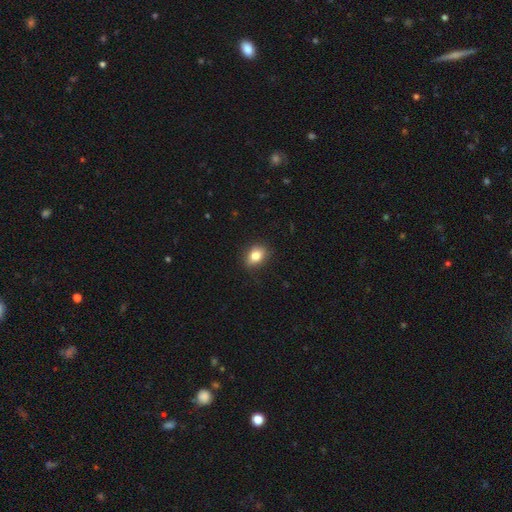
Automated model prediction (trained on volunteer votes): Smooth or featured? Predicted: smooth (p=0.83). How rounded? Predicted: in between (p=0.74). Merging? Predicted: none (p=0.82).